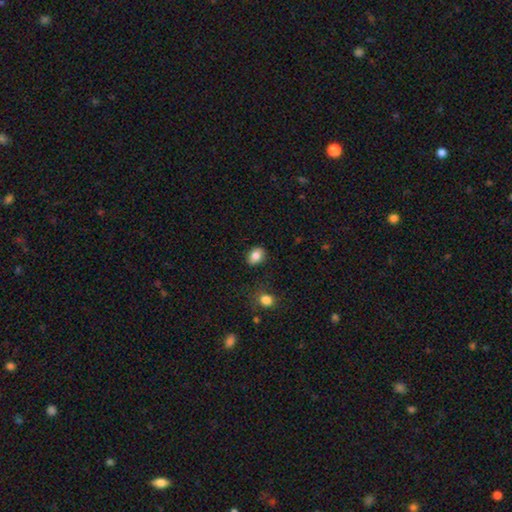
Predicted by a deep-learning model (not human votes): Smooth or featured: smooth — 83% (star or artifact — 9%)
How rounded: in between — 70% (round — 28%)
Merging: none — 84% (minor disturbance — 11%)